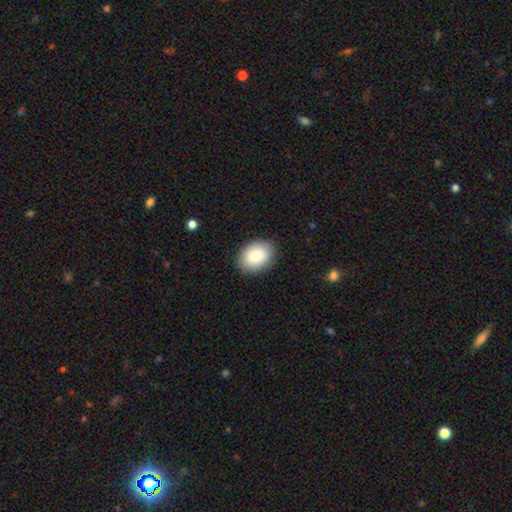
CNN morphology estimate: A smooth galaxy with no disk features (83%) that is in between round and cigar-shaped (71%).

Vote fractions:
- Smooth or featured? smooth: 83% / featured or disk: 10% / star or artifact: 7%
- How rounded? in between: 71% / round: 28% / cigar-shaped: 1%
- Merging? none: 87% / minor disturbance: 9% / major disturbance: 2% / merger: 1%